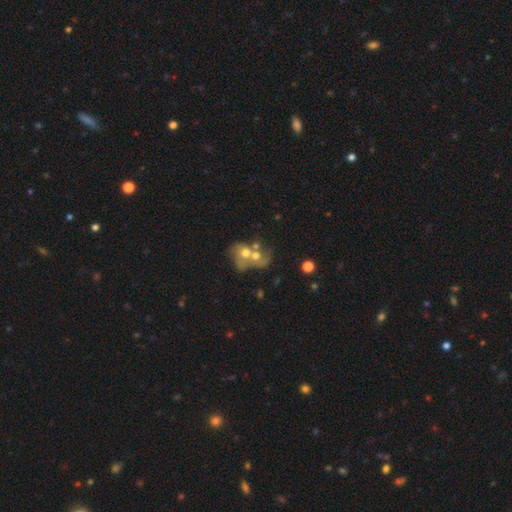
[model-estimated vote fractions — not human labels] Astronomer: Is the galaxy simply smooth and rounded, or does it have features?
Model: smooth — 46% (runner-up: featured or disk, 42%).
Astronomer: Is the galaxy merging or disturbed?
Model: merger — 68%.